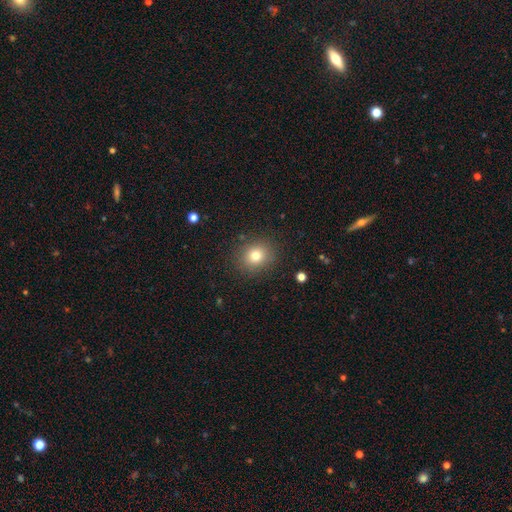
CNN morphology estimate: smooth 79%, star or artifact 13%, featured or disk 8%. Down the decision tree: how rounded — round (75%); merging — none (87%).